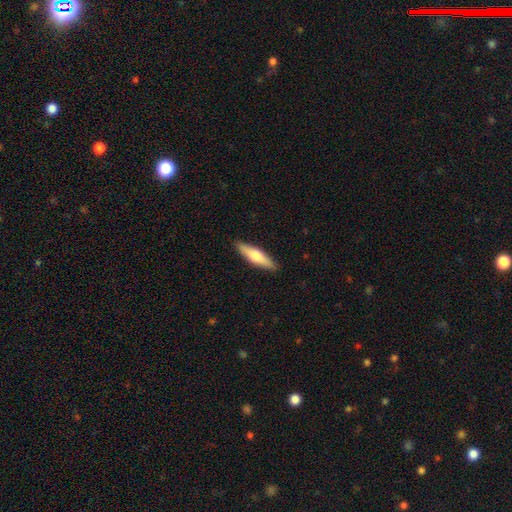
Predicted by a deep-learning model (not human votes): This appears to be a smooth galaxy with no disk features (58%) that is cigar-shaped (69%). Merging: none (90%).